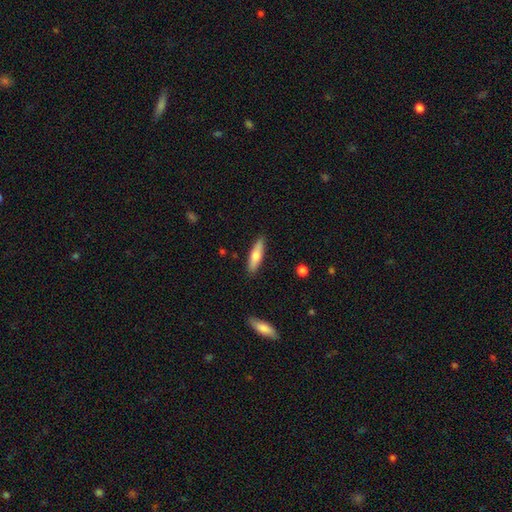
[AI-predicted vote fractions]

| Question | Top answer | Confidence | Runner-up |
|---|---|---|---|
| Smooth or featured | smooth | 66% | featured or disk (28%) |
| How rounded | cigar-shaped | 62% | in between (36%) |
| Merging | none | 87% | minor disturbance (9%) |